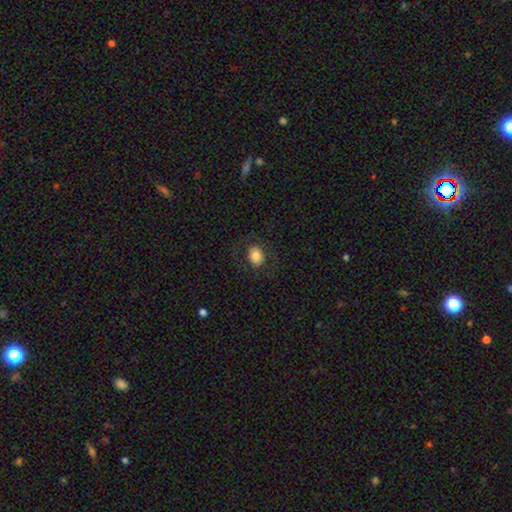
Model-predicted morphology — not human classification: Q: Smooth or featured?
A: smooth (76%); runner-up: featured or disk (15%)
Q: How rounded?
A: in between (61%); runner-up: round (38%)
Q: Merging?
A: none (81%); runner-up: minor disturbance (11%)